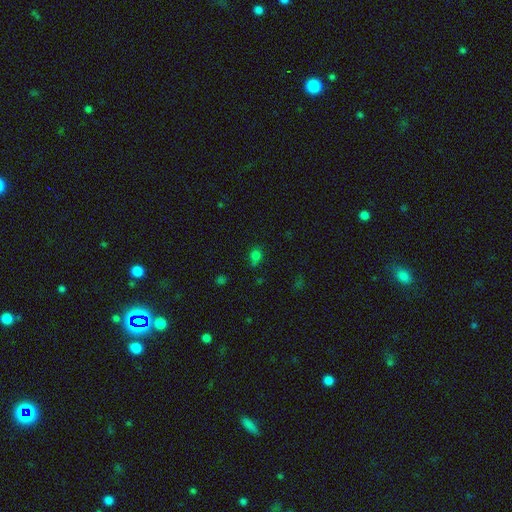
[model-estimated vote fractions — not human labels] Morphology: type=smooth (72%); roundness=round (57%); merging=none (63%).